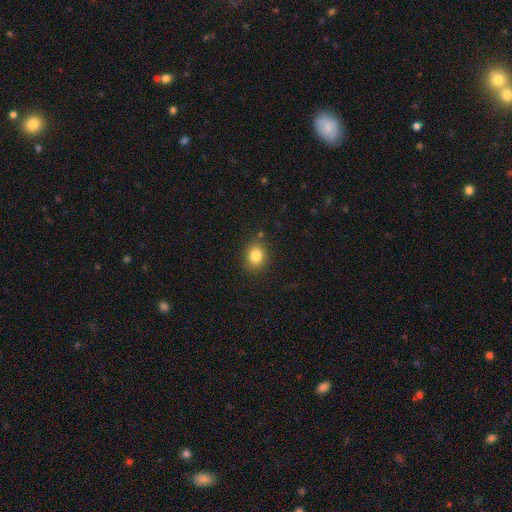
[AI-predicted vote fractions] This is clearly a smooth galaxy (83%). How rounded: possibly round (60%). Merging: clearly none (84%).